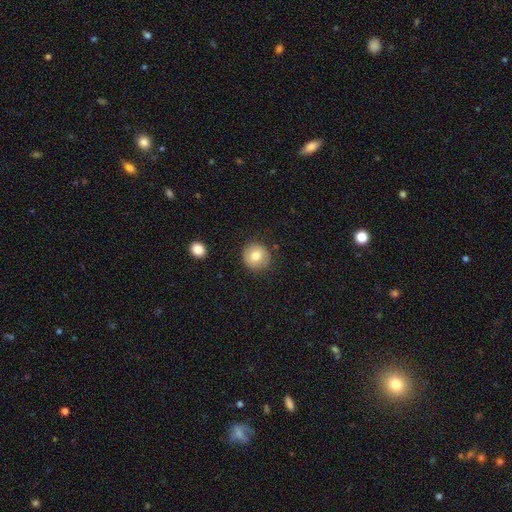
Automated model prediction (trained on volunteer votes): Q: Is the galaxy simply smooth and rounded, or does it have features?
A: smooth — 77%.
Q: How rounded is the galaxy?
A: round — 92%.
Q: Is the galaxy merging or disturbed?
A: none — 86%.